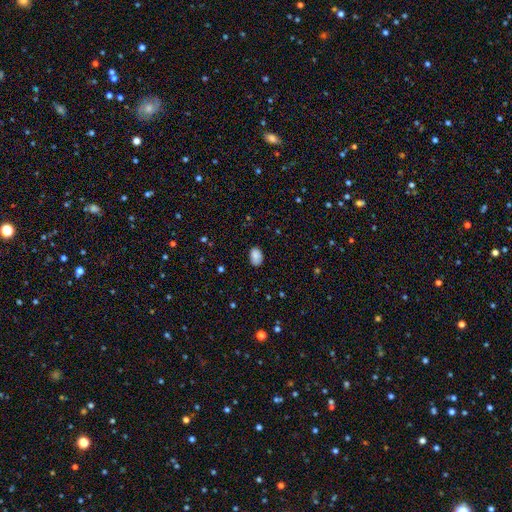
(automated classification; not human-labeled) This appears to be a smooth galaxy with no disk features (86%) that is in between round and cigar-shaped (86%). Merging: none (80%).